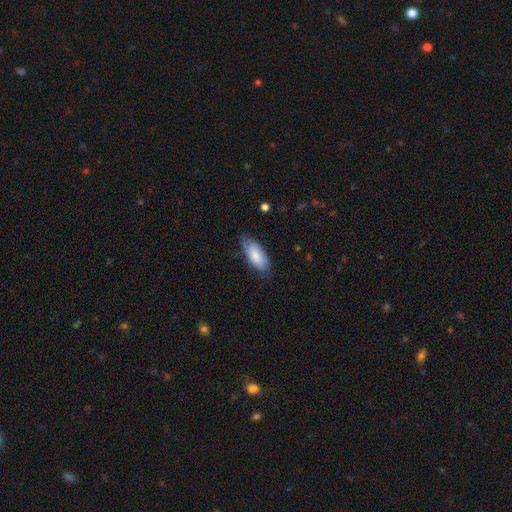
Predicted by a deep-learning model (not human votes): Smooth or featured? Predicted: smooth (p=0.82). How rounded? Predicted: in between (p=0.89). Merging? Predicted: none (p=0.66).